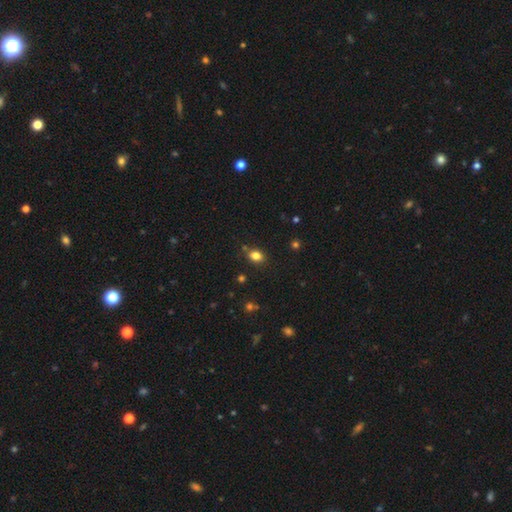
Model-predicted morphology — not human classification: This is clearly a smooth galaxy (81%). How rounded: likely in between (62%). Merging: likely none (79%).